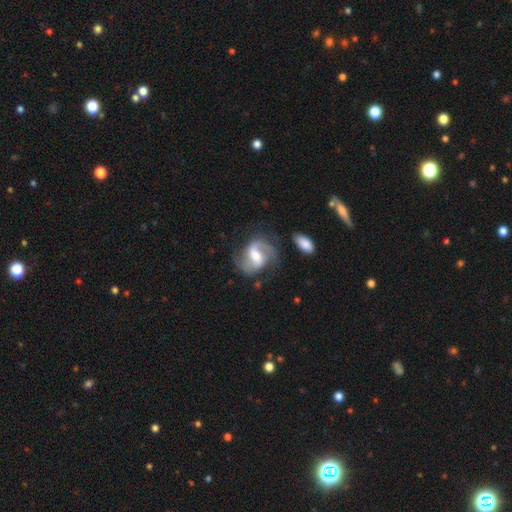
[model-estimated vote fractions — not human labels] A featured or disk galaxy (87%) with a weak bar (48%), 2 (91%) medium (56%) spiral arms (96%) and a moderate central bulge (62%). Merging: none (72%).